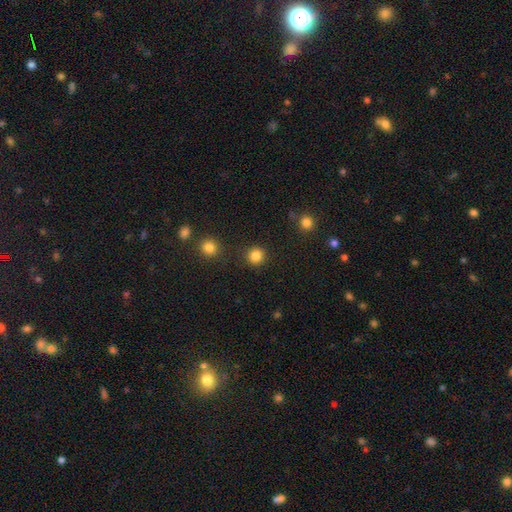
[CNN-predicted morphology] A smooth galaxy with no disk features (85%) that is round (93%). Merging: none (89%).